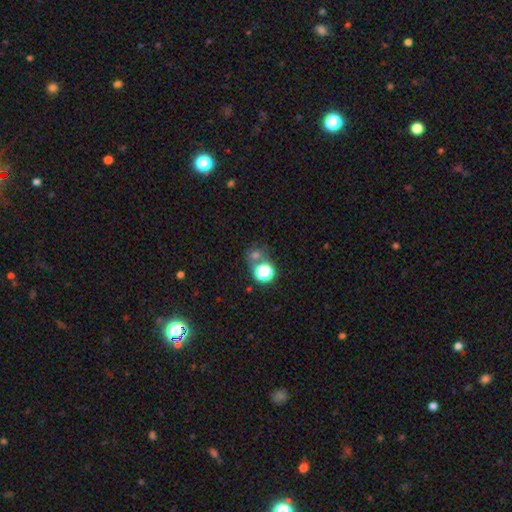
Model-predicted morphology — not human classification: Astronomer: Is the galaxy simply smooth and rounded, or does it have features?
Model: star or artifact — 46% (runner-up: smooth, 44%).